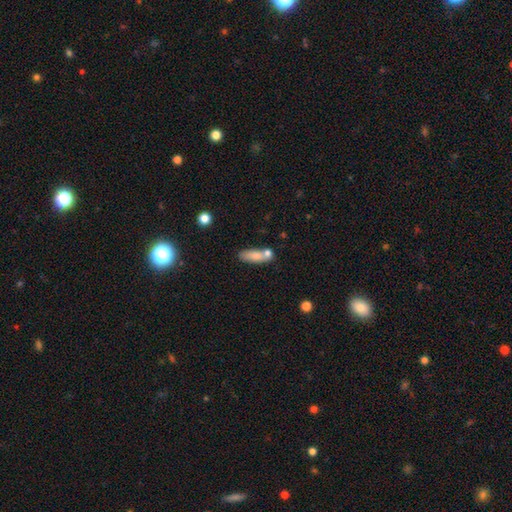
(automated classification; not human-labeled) Smooth or featured? Predicted: smooth (p=0.77). How rounded? Predicted: in between (p=0.61). Merging? Predicted: none (p=0.54).